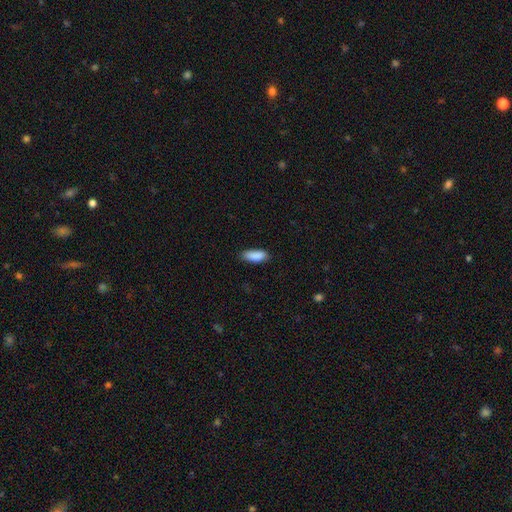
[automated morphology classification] Smooth or featured: smooth — 89% (star or artifact — 7%)
How rounded: in between — 77% (cigar-shaped — 22%)
Merging: none — 80% (minor disturbance — 16%)